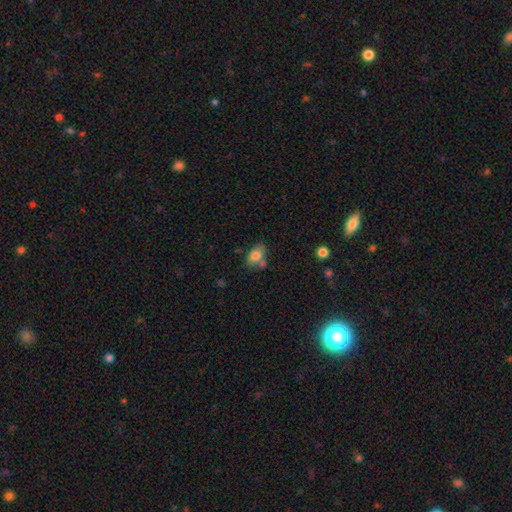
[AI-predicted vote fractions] Q: Smooth or featured?
A: smooth (77%); runner-up: featured or disk (14%)
Q: How rounded?
A: in between (85%); runner-up: round (13%)
Q: Merging?
A: none (56%); runner-up: merger (20%)